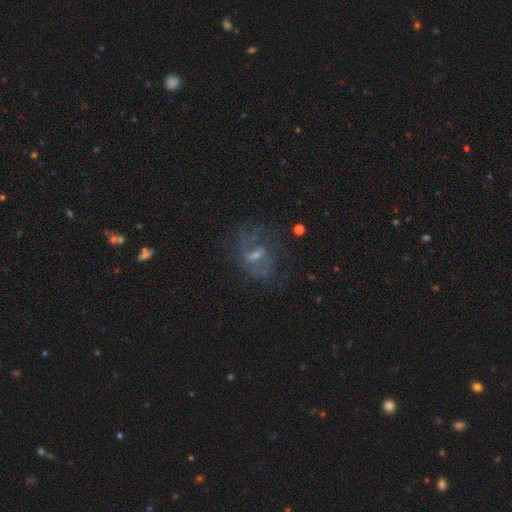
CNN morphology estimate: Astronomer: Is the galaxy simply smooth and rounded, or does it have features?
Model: featured or disk — 66%.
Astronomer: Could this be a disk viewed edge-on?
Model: no — 95%.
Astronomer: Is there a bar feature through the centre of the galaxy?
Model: weak — 54%.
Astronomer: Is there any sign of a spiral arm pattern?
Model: yes — 69%.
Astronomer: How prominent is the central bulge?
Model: small — 43% (runner-up: moderate, 38%).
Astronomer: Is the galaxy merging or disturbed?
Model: none — 55%.